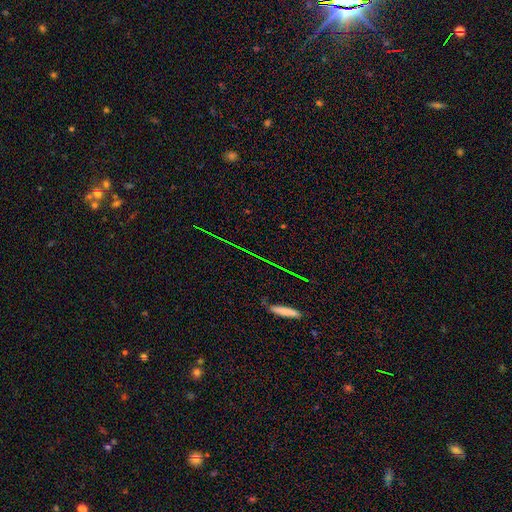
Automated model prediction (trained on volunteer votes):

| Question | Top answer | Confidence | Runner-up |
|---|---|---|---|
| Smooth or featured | star or artifact | 61% | smooth (22%) |